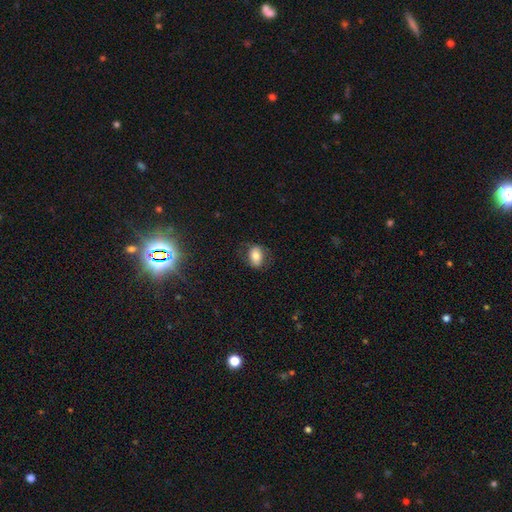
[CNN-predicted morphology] The model was most divided on "how rounded": in between: 75%, round: 24%, cigar-shaped: 1%. More confident: smooth or featured — smooth (74%); merging — none (73%).